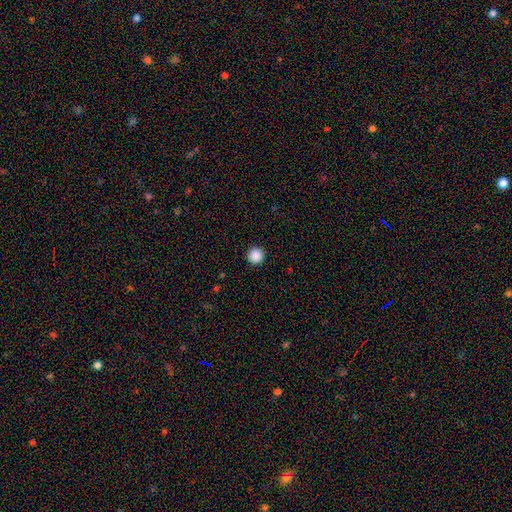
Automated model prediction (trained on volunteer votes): The model was most divided on "smooth or featured": smooth: 88%, star or artifact: 9%, featured or disk: 2%. More confident: how rounded — round (96%); merging — none (93%).